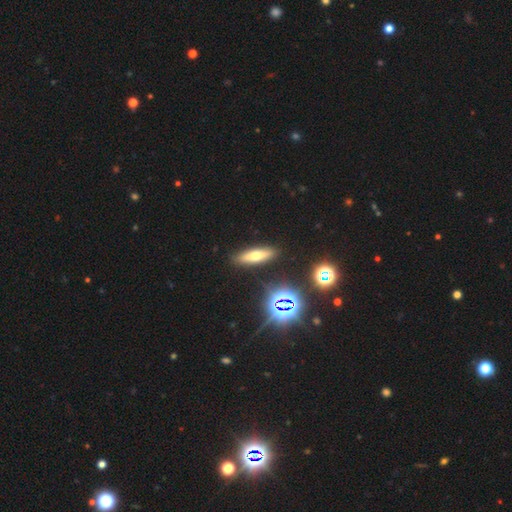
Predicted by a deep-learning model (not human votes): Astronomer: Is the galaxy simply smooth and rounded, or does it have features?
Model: smooth — 56%.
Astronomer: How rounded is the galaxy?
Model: cigar-shaped — 59% (runner-up: in between, 37%).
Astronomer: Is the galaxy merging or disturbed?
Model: none — 89%.